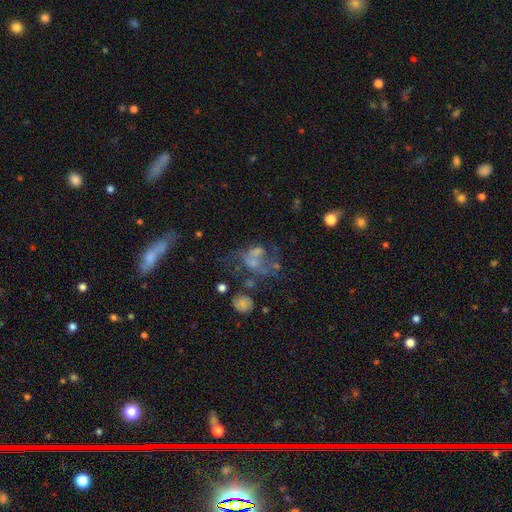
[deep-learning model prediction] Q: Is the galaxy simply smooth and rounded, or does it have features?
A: featured or disk — 47%.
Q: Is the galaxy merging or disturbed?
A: major disturbance — 36%.